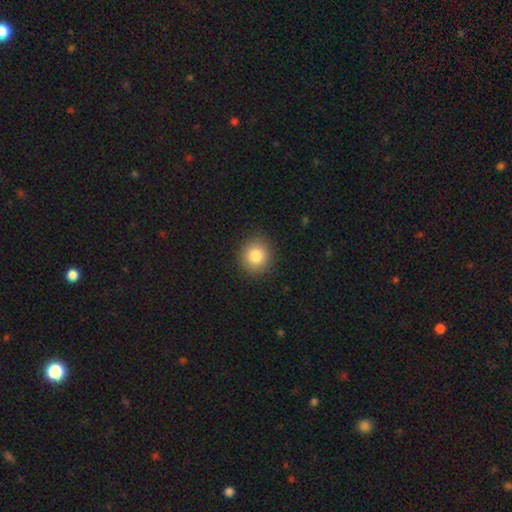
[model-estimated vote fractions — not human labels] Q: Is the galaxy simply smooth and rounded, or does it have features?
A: smooth — 84%.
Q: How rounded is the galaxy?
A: round — 85%.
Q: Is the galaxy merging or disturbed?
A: none — 90%.